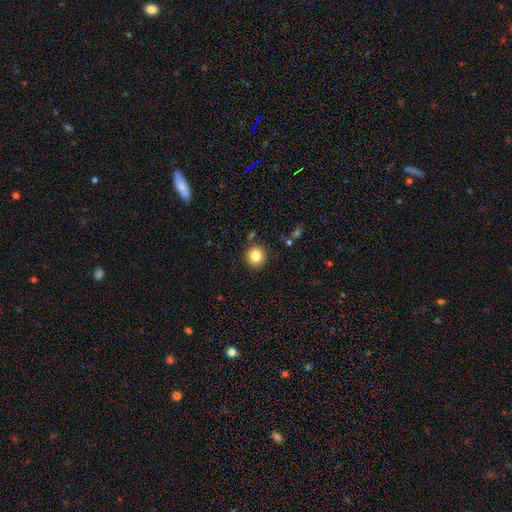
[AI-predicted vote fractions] Smooth or featured?
  - smooth: 84% *
  - star or artifact: 10%
  - featured or disk: 6%
How rounded?
  - round: 92% *
  - in between: 7%
  - cigar-shaped: 1%
Merging?
  - none: 88% *
  - minor disturbance: 7%
  - merger: 3%
  - major disturbance: 2%